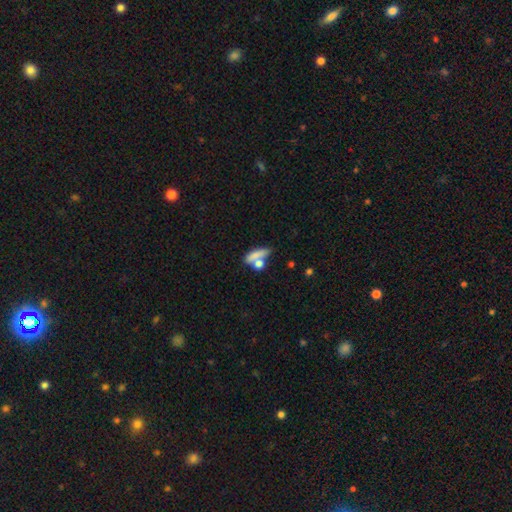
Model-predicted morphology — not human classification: A smooth galaxy with no disk features (71%) that is cigar-shaped (45%). Merging: none (41%).